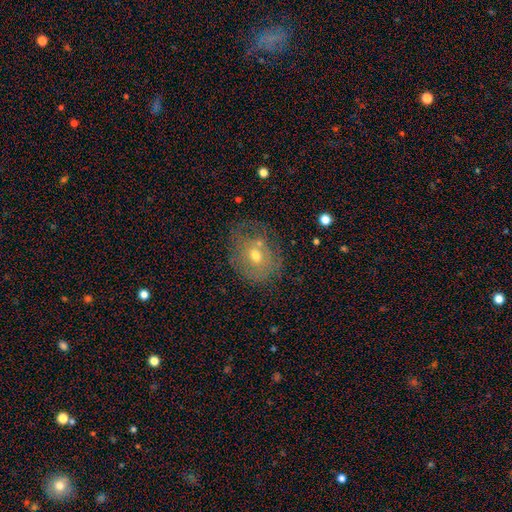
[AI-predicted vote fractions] A smooth galaxy with no disk features (46%).

Vote fractions:
- Smooth or featured? smooth: 46% / featured or disk: 42% / star or artifact: 12%
- Merging? none: 51% / minor disturbance: 26% / major disturbance: 16% / merger: 7%